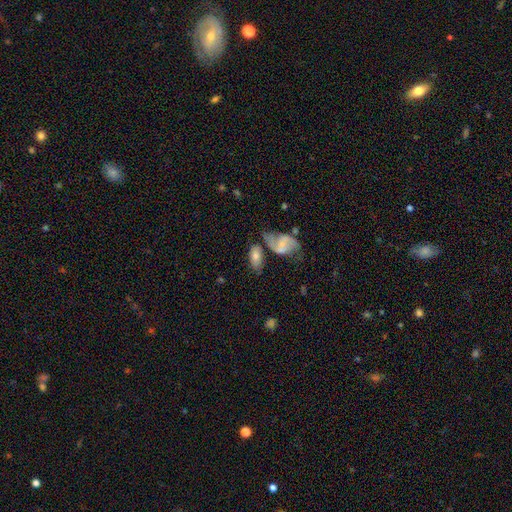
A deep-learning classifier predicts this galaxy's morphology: smooth_or_featured: smooth (p=0.60) [alt: featured or disk p=0.32]
how_rounded: in between (p=0.90) [alt: cigar-shaped p=0.05]
merging: none (p=0.44) [alt: merger p=0.26]